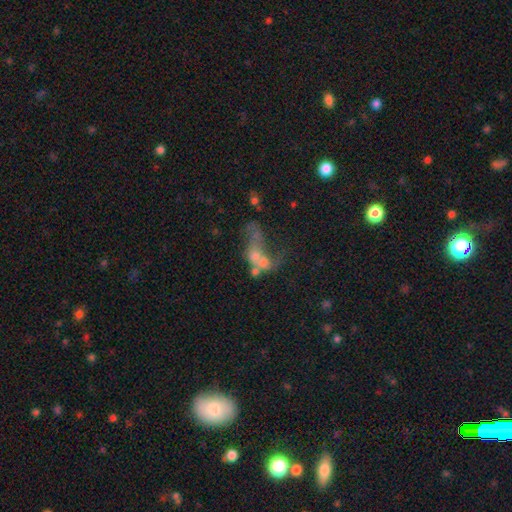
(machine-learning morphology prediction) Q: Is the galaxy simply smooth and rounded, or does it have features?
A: featured or disk — 50%.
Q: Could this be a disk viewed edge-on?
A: no — 95%.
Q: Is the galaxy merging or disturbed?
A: merger — 47%.